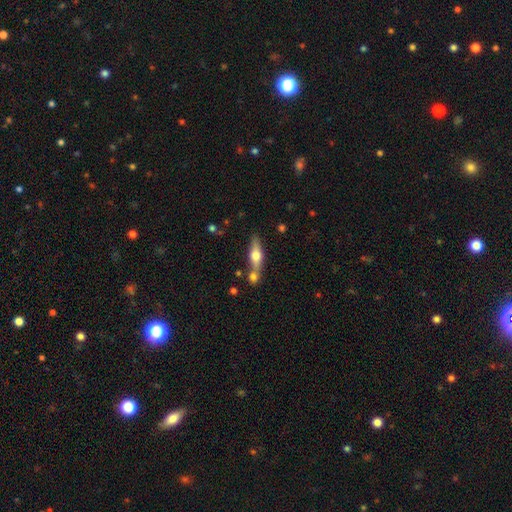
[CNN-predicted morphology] featured or disk 49%, smooth 44%, star or artifact 7%. Down the decision tree: merging — none (58%).